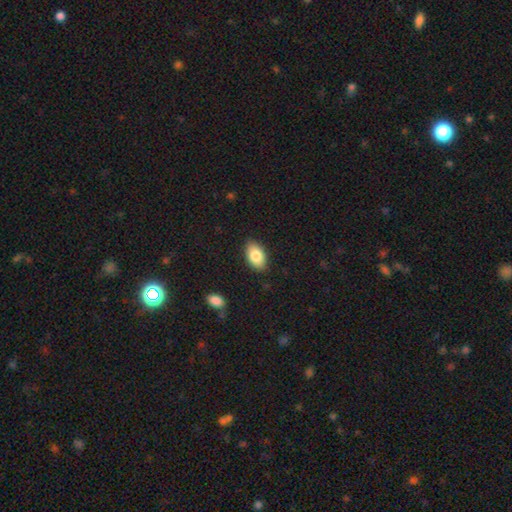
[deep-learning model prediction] Smooth or featured? smooth (84%)
How rounded? in between (92%)
Merging? none (87%)